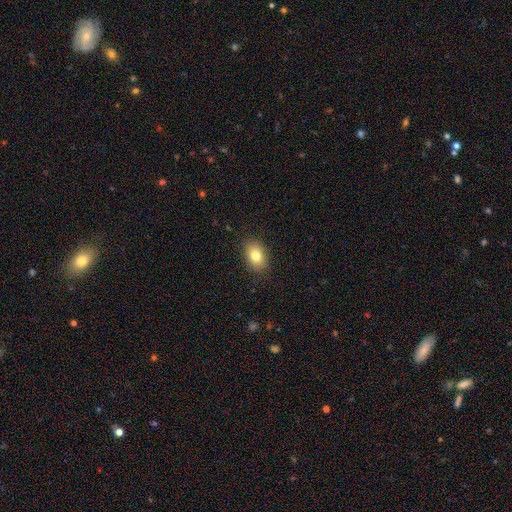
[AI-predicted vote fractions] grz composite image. It shows a smooth galaxy with no disk features (80%) that is in between round and cigar-shaped (78%). Merging: none (88%).